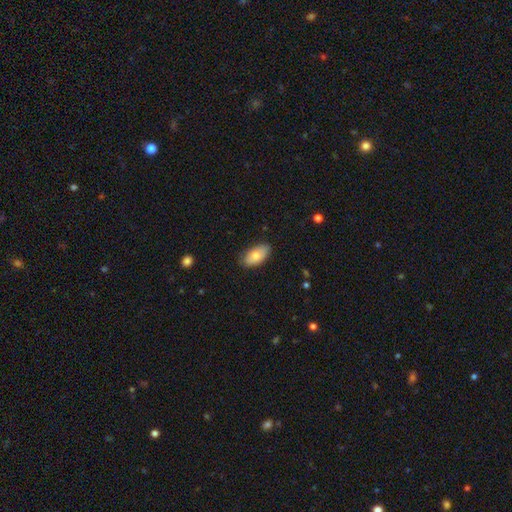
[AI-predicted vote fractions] smooth_or_featured: smooth (p=0.79) [alt: featured or disk p=0.15]
how_rounded: in between (p=0.94) [alt: round p=0.03]
merging: none (p=0.80) [alt: minor disturbance p=0.16]